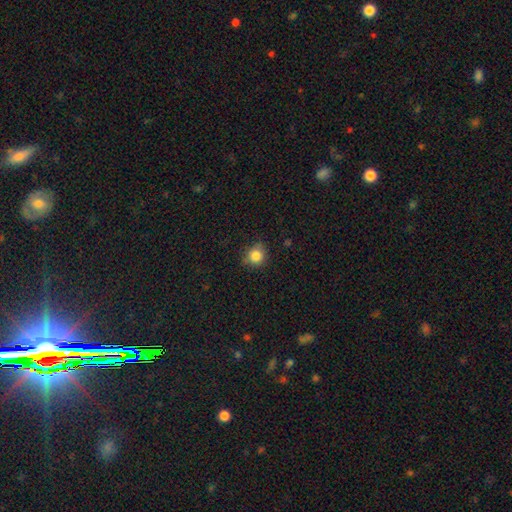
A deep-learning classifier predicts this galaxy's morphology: A smooth galaxy with no disk features (84%) that is round (87%).

Vote fractions:
- Smooth or featured? smooth: 84% / star or artifact: 11% / featured or disk: 5%
- How rounded? round: 87% / in between: 12% / cigar-shaped: 1%
- Merging? none: 78% / minor disturbance: 17% / major disturbance: 3% / merger: 1%